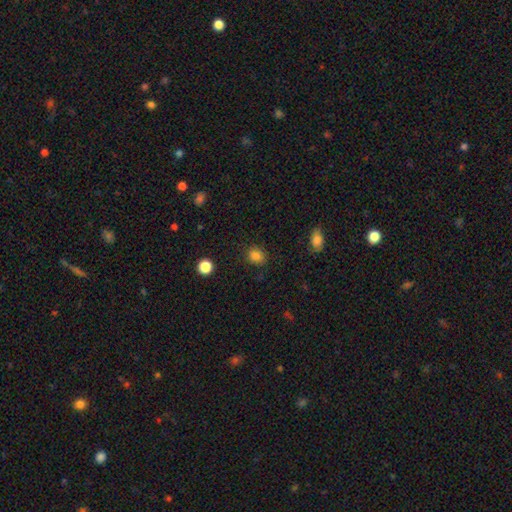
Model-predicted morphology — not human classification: Smooth or featured: smooth — 84% (star or artifact — 12%)
How rounded: round — 67% (in between — 32%)
Merging: none — 86% (minor disturbance — 10%)